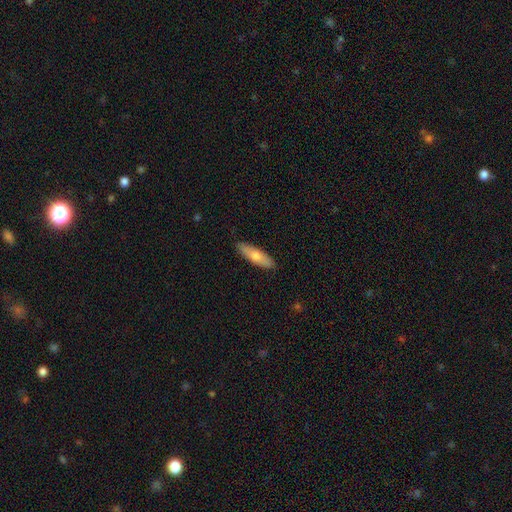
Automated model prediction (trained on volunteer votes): smooth-or-featured: smooth: 69% | featured or disk: 26% | star or artifact: 5%
  how-rounded: cigar-shaped: 57% | in between: 41% | round: 2%
  merging: none: 89% | minor disturbance: 9% | major disturbance: 2% | merger: 1%